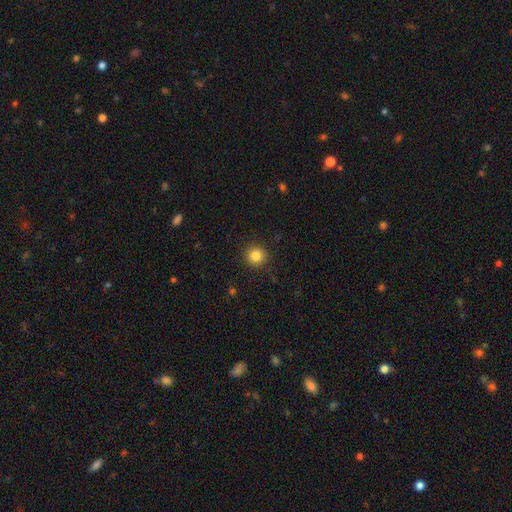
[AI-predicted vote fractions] smooth-or-featured: smooth: 84% | star or artifact: 11% | featured or disk: 5%
  how-rounded: round: 94% | in between: 5% | cigar-shaped: 1%
  merging: none: 92% | minor disturbance: 5% | major disturbance: 2% | merger: 1%